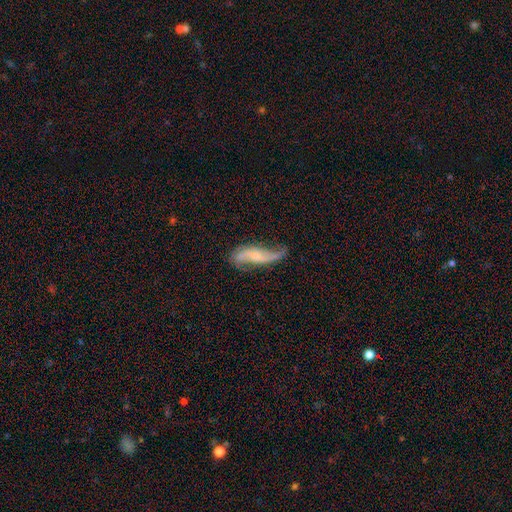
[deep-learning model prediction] A featured or disk galaxy (79%) with no bar (53%), 2 (87%) loose (77%) spiral arms (92%) and a small central bulge (64%).

Vote fractions:
- Smooth or featured? featured or disk: 79% / smooth: 14% / star or artifact: 6%
- Edge-on disk? no: 90% / yes: 10%
- Bar? no: 53% / weak: 32% / strong: 15%
- Spiral arms? yes: 92% / no: 8%
- Spiral winding? loose: 77% / medium: 17% / tight: 6%
- Spiral arm count? 2: 87% / 1: 6% / can't tell: 4% / 3: 1% / 4: 1% / more than 4: 1%
- Bulge size? small: 64% / moderate: 25% / none: 8% / large: 2% / dominant: 1%
- Merging? none: 55% / minor disturbance: 26% / major disturbance: 16% / merger: 3%